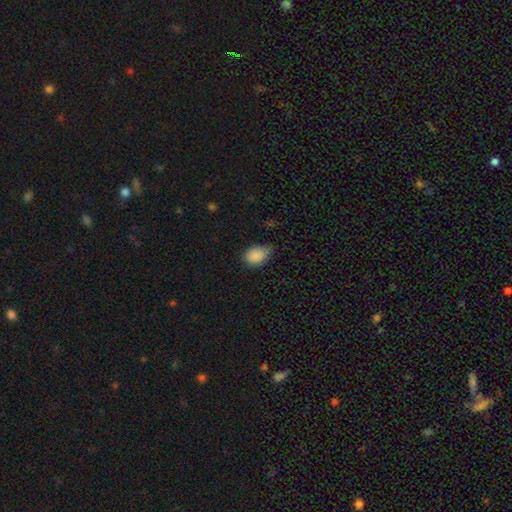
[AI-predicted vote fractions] smooth_or_featured: smooth (p=0.88) [alt: star or artifact p=0.08]
how_rounded: in between (p=0.83) [alt: round p=0.16]
merging: none (p=0.57) [alt: minor disturbance p=0.36]